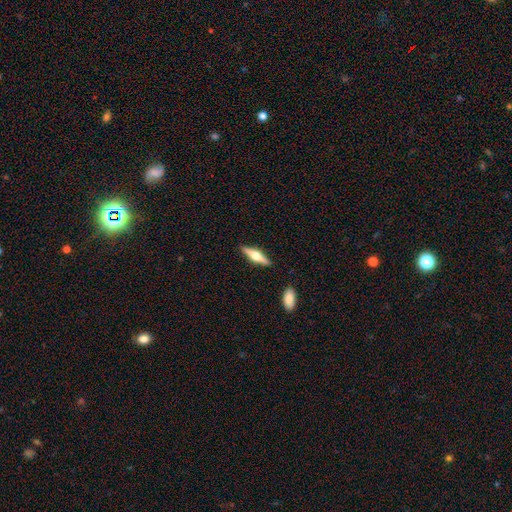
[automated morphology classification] A featured or disk galaxy (57%) viewed edge-on (95%) with a rounded central bulge (93%).

Vote fractions:
- Smooth or featured? featured or disk: 57% / smooth: 37% / star or artifact: 6%
- Edge-on disk? yes: 95% / no: 5%
- Edge-on bulge? rounded: 93% / boxy: 5% / none: 2%
- Merging? none: 87% / minor disturbance: 8% / merger: 3% / major disturbance: 2%